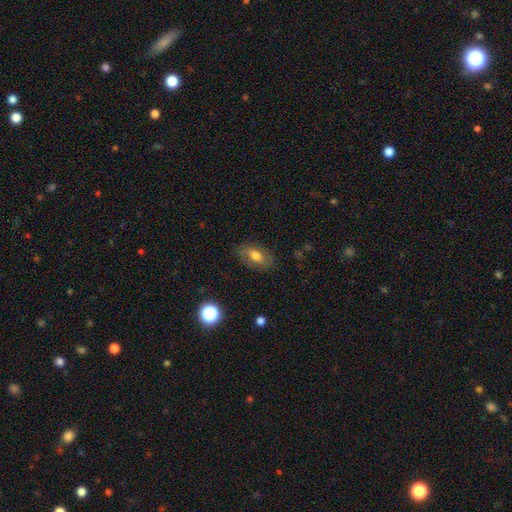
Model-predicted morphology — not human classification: smooth 62%, featured or disk 29%, star or artifact 9%. Down the decision tree: how rounded — in between (88%); merging — none (79%).